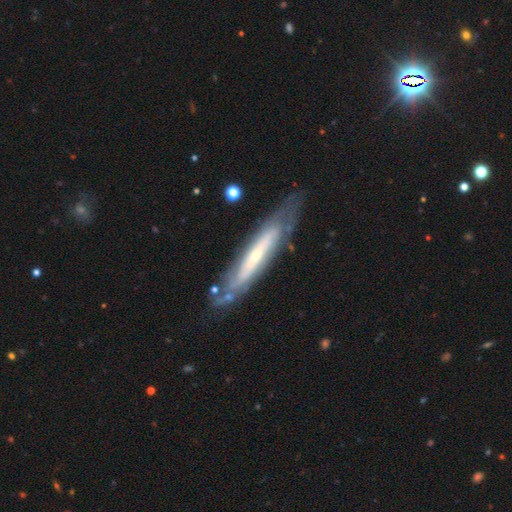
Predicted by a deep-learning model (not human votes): smooth-or-featured: featured or disk: 71% | smooth: 23% | star or artifact: 6%
  disk-edge-on: yes: 53% | no: 47%
  merging: none: 71% | minor disturbance: 19% | major disturbance: 7% | merger: 3%